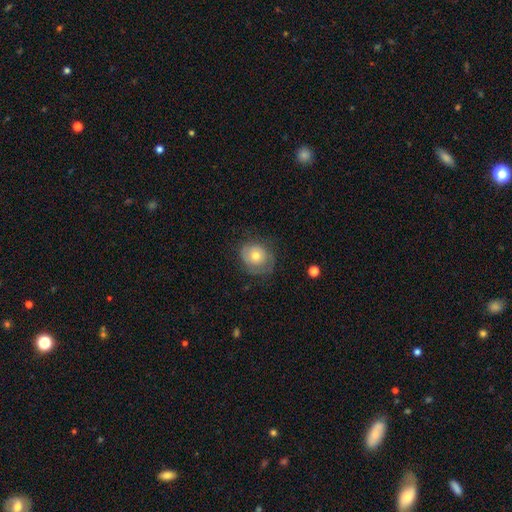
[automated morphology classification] Q: Smooth or featured?
A: smooth (58%); runner-up: featured or disk (34%)
Q: How rounded?
A: round (68%); runner-up: in between (31%)
Q: Merging?
A: none (62%); runner-up: minor disturbance (25%)